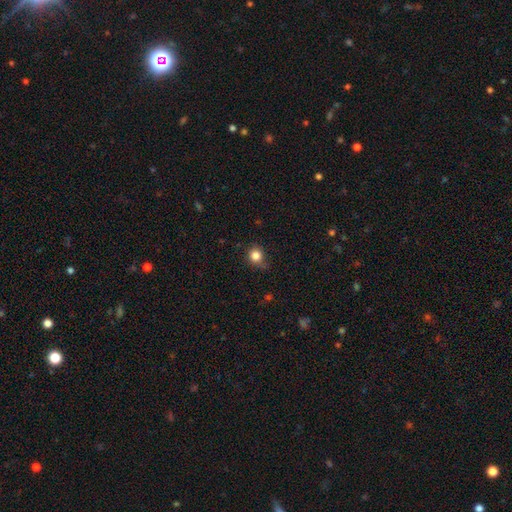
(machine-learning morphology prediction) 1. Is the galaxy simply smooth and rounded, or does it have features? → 83% smooth, 12% star or artifact, 6% featured or disk.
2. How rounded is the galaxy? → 82% round, 17% in between, 1% cigar-shaped.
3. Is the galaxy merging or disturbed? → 70% none, 23% minor disturbance, 6% major disturbance, 2% merger.